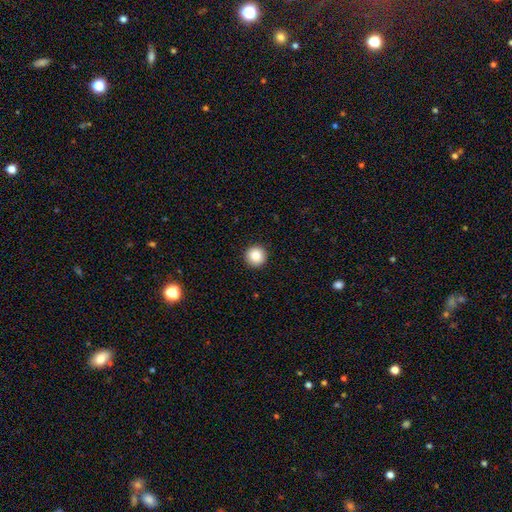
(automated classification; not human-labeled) This appears to be a smooth galaxy with no disk features (88%) that is round (96%). Merging: none (93%).